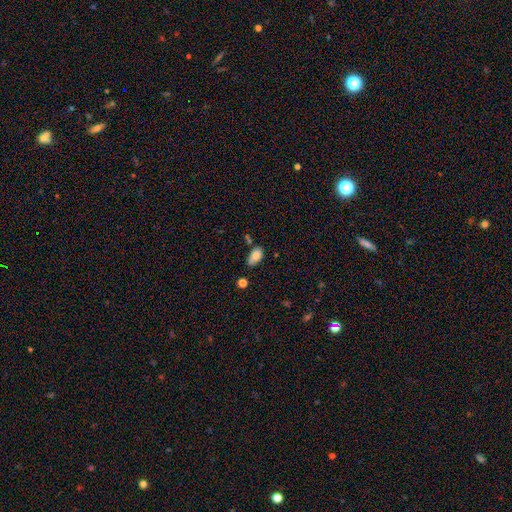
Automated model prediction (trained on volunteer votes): Smooth or featured: smooth — 78% (featured or disk — 14%)
How rounded: in between — 91% (round — 6%)
Merging: none — 54% (minor disturbance — 31%)